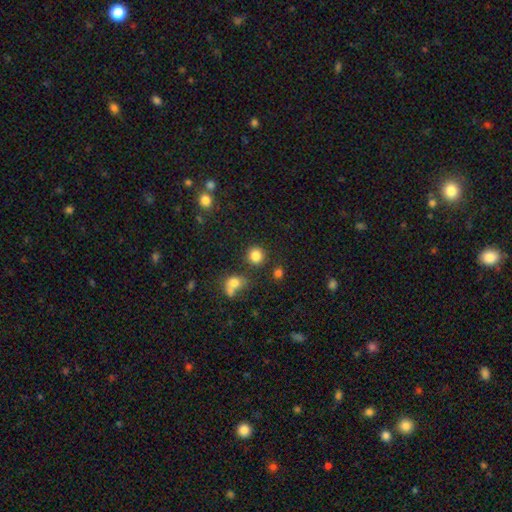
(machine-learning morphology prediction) This is clearly a smooth galaxy (83%). How rounded: clearly round (88%). Merging: clearly none (82%).